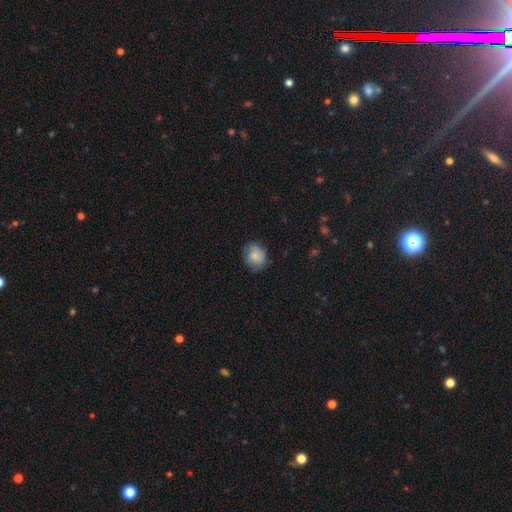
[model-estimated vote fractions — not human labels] Q: Smooth or featured?
A: smooth (75%); runner-up: featured or disk (17%)
Q: How rounded?
A: round (62%); runner-up: in between (37%)
Q: Merging?
A: none (74%); runner-up: minor disturbance (20%)